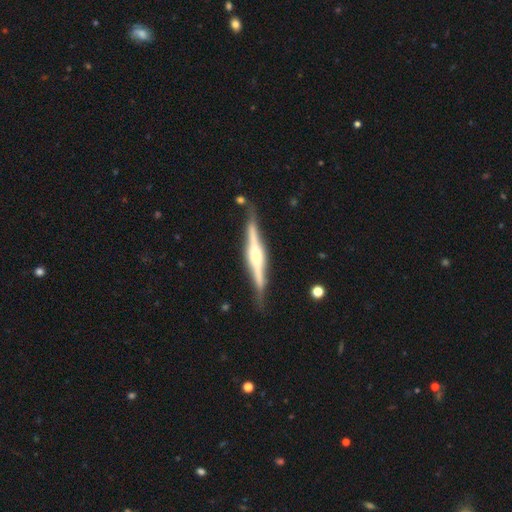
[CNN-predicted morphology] Overall: featured or disk (79%). Edge-on disk: yes (97%). Edge-on bulge: rounded (70%). Merging: none (81%).